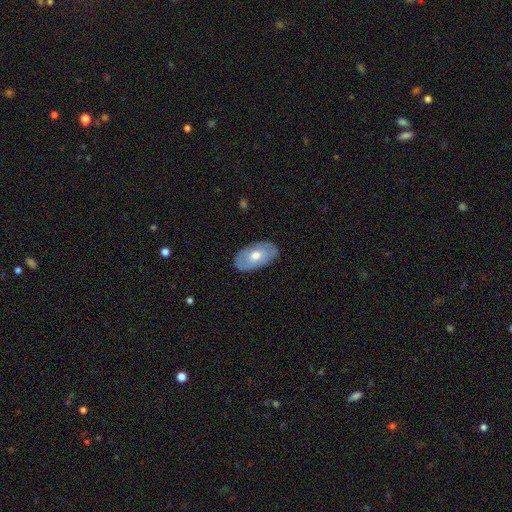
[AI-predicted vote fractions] smooth_or_featured: smooth (p=0.57) [alt: featured or disk p=0.37]
how_rounded: in between (p=0.94) [alt: round p=0.04]
merging: none (p=0.83) [alt: minor disturbance p=0.13]